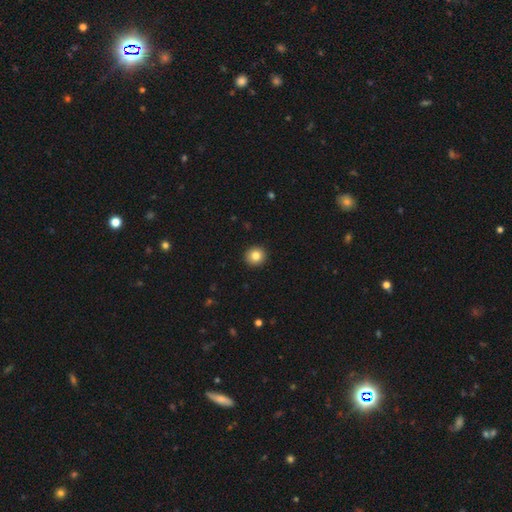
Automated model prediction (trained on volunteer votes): This is clearly a smooth galaxy (83%). How rounded: clearly round (92%). Merging: clearly none (93%).